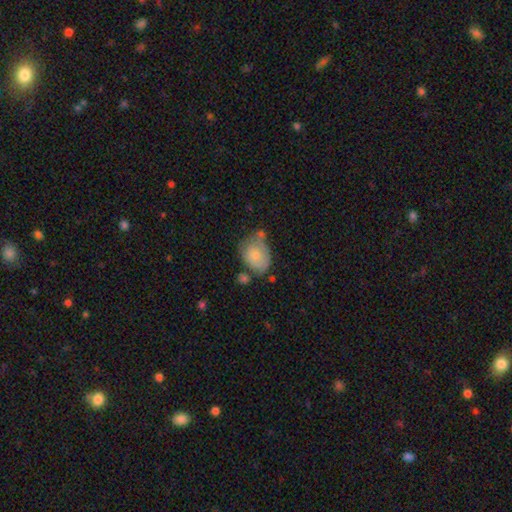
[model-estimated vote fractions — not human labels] This appears to be a smooth galaxy with no disk features (73%) that is in between round and cigar-shaped (63%). Merging: none (43%).